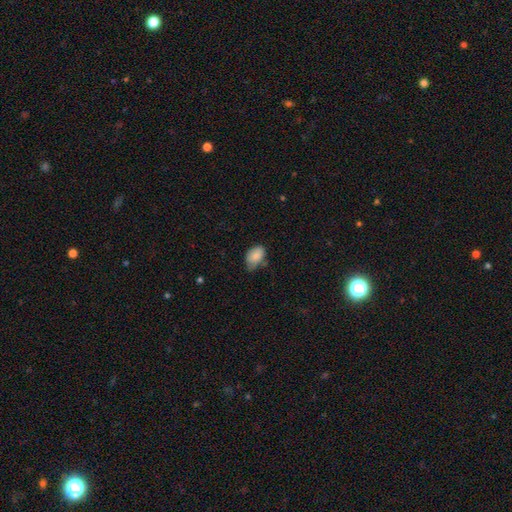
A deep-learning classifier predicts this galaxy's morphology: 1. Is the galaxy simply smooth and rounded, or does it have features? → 84% smooth, 9% featured or disk, 7% star or artifact.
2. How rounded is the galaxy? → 88% in between, 11% round, 1% cigar-shaped.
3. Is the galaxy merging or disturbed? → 52% none, 38% minor disturbance, 6% major disturbance, 4% merger.